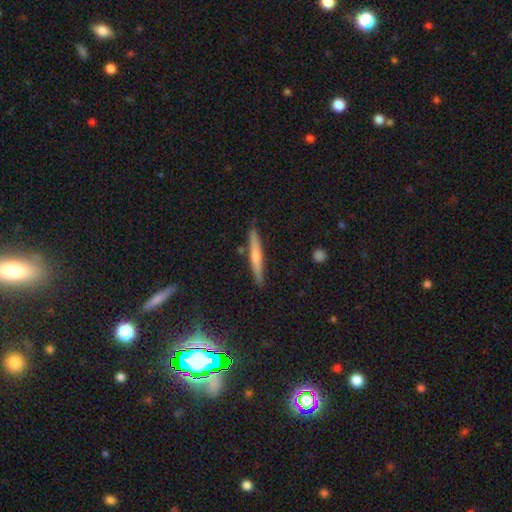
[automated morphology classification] smooth-or-featured: smooth: 52% | featured or disk: 41% | star or artifact: 7%
  how-rounded: cigar-shaped: 94% | in between: 4% | round: 2%
  merging: none: 85% | minor disturbance: 10% | merger: 3% | major disturbance: 2%